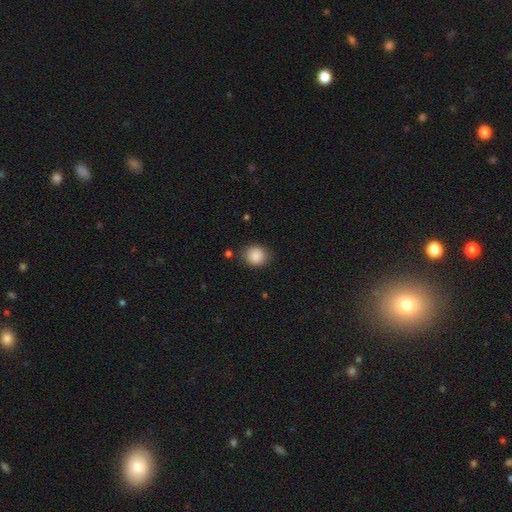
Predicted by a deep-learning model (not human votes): Smooth or featured? Predicted: smooth (p=0.88). How rounded? Predicted: round (p=0.72). Merging? Predicted: none (p=0.82).